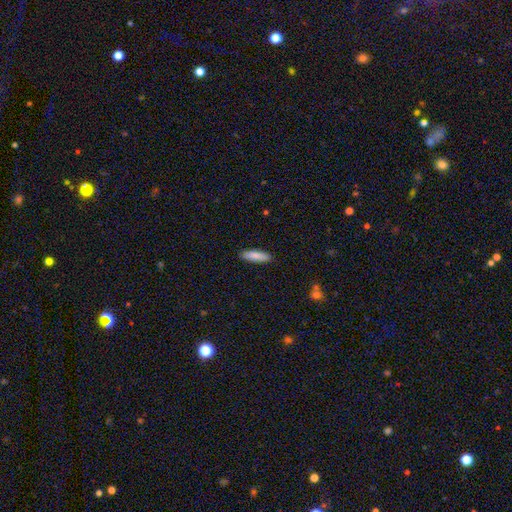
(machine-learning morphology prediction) Smooth or featured: smooth — 86% (featured or disk — 8%)
How rounded: cigar-shaped — 62% (in between — 36%)
Merging: none — 89% (minor disturbance — 8%)